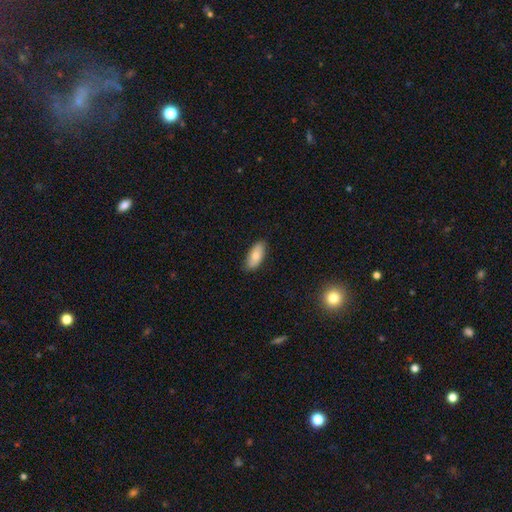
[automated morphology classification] type=smooth (75%); roundness=in between (88%); merging=none (85%).